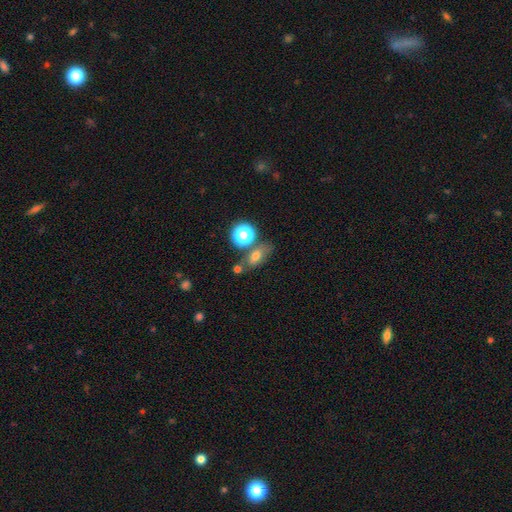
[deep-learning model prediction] Smooth or featured: smooth — 67% (star or artifact — 18%)
How rounded: in between — 70% (round — 22%)
Merging: none — 60% (merger — 18%)